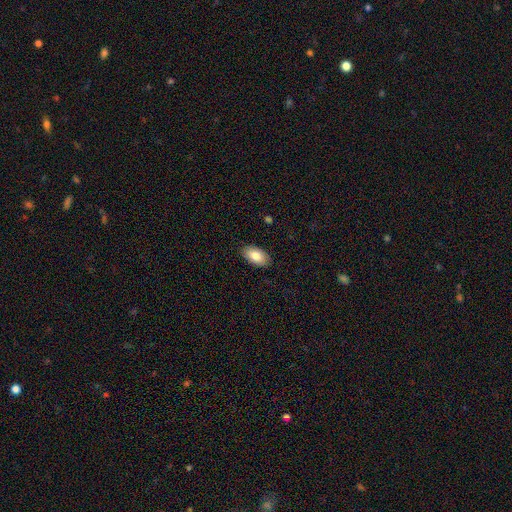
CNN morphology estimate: Q: Smooth or featured?
A: smooth (81%); runner-up: featured or disk (12%)
Q: How rounded?
A: in between (94%); runner-up: round (4%)
Q: Merging?
A: none (88%); runner-up: minor disturbance (9%)